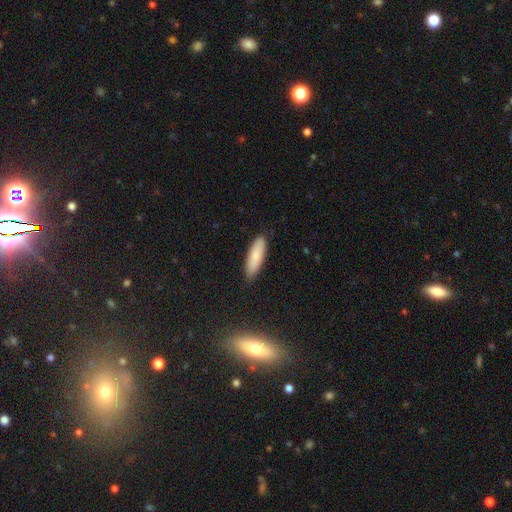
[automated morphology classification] Q: Smooth or featured?
A: smooth (81%); runner-up: featured or disk (13%)
Q: How rounded?
A: cigar-shaped (55%); runner-up: in between (43%)
Q: Merging?
A: none (87%); runner-up: minor disturbance (10%)